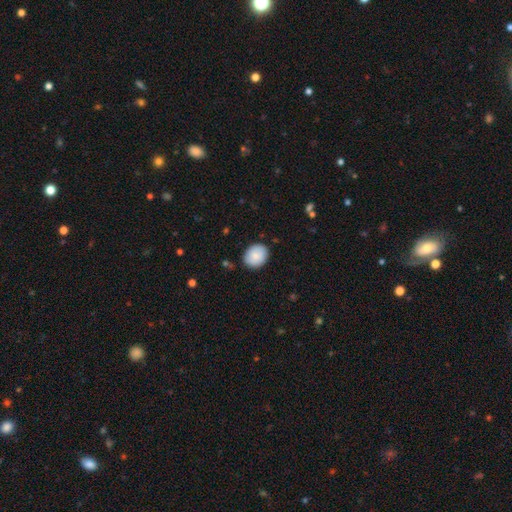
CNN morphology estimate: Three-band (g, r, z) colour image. It shows a smooth galaxy with no disk features (86%) that is round (58%). Merging: none (83%).